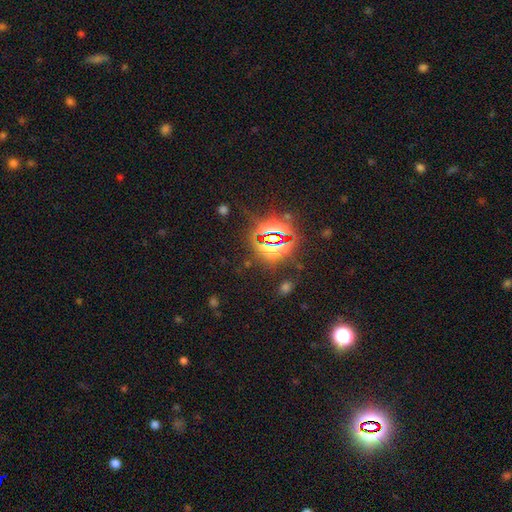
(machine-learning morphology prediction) This is clearly a star or artifact rather than a galaxy (80%).